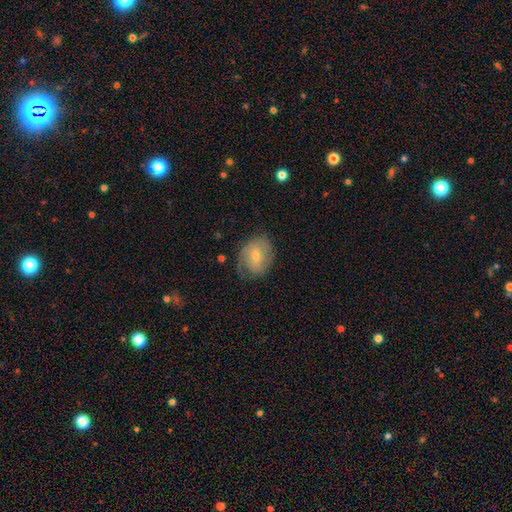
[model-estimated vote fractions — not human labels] A featured or disk galaxy (51%). Merging: none (63%).